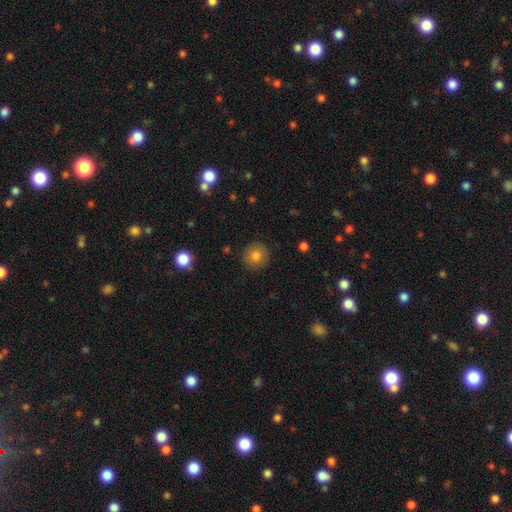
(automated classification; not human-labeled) smooth_or_featured: smooth (p=0.81) [alt: star or artifact p=0.10]
how_rounded: round (p=0.93) [alt: in between p=0.06]
merging: none (p=0.90) [alt: minor disturbance p=0.07]